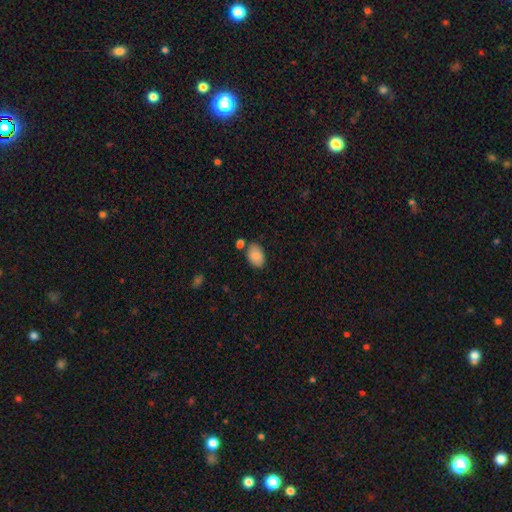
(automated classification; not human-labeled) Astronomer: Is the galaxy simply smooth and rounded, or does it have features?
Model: smooth — 82%.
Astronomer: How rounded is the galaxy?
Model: in between — 89%.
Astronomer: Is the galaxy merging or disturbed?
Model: none — 71%.